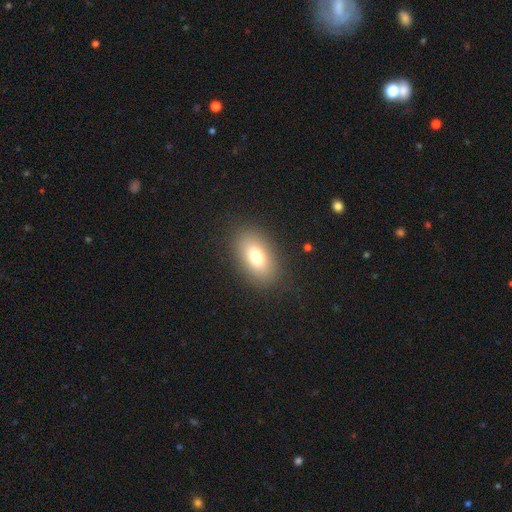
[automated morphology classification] The model was most divided on "smooth or featured": smooth: 77%, featured or disk: 14%, star or artifact: 9%. More confident: how rounded — in between (90%); merging — none (87%).